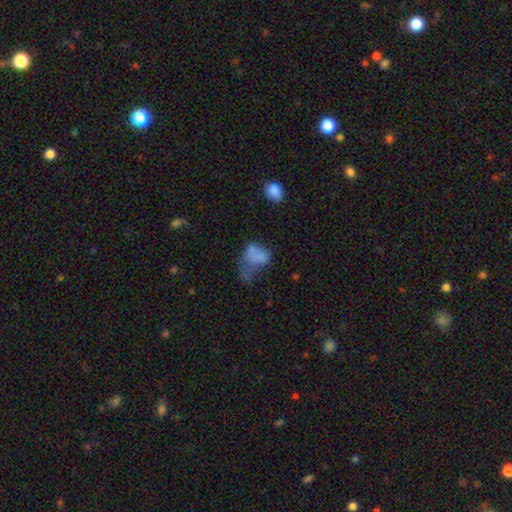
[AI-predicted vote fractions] Q: Smooth or featured?
A: smooth (66%); runner-up: featured or disk (20%)
Q: How rounded?
A: in between (80%); runner-up: round (18%)
Q: Merging?
A: major disturbance (52%); runner-up: minor disturbance (19%)